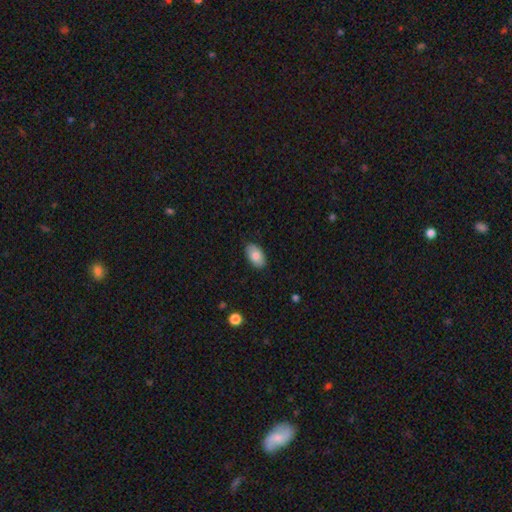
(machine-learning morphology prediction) A smooth galaxy with no disk features (80%) that is in between round and cigar-shaped (93%).

Vote fractions:
- Smooth or featured? smooth: 80% / featured or disk: 13% / star or artifact: 7%
- How rounded? in between: 93% / round: 5% / cigar-shaped: 1%
- Merging? none: 87% / minor disturbance: 10% / major disturbance: 2% / merger: 1%